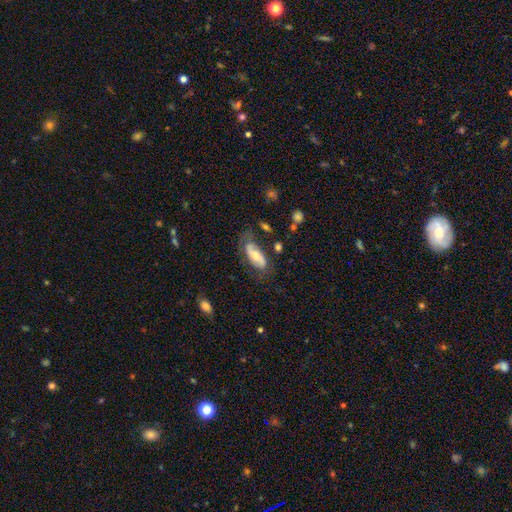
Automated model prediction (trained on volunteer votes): A featured or disk galaxy (57%).

Vote fractions:
- Smooth or featured? featured or disk: 57% / smooth: 37% / star or artifact: 7%
- Edge-on disk? no: 88% / yes: 12%
- Merging? none: 53% / minor disturbance: 27% / major disturbance: 16% / merger: 3%